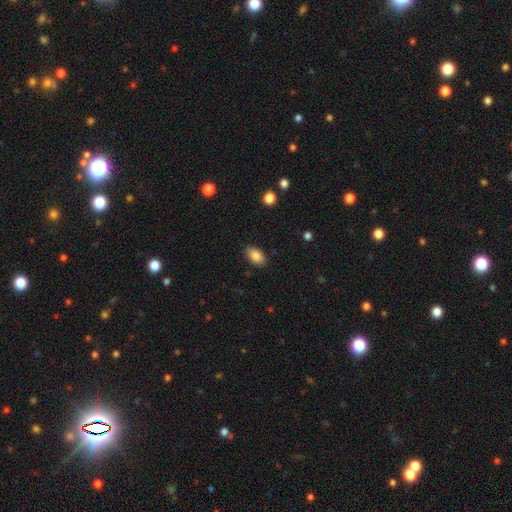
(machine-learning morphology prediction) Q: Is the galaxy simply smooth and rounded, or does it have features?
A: smooth — 87%.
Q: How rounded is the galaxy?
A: in between — 93%.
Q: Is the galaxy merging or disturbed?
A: none — 86%.